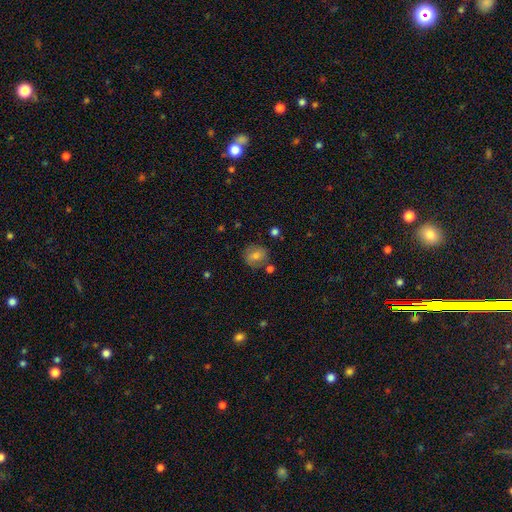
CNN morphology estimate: This appears to be a smooth galaxy with no disk features (67%) that is round (75%). Merging: none (72%).